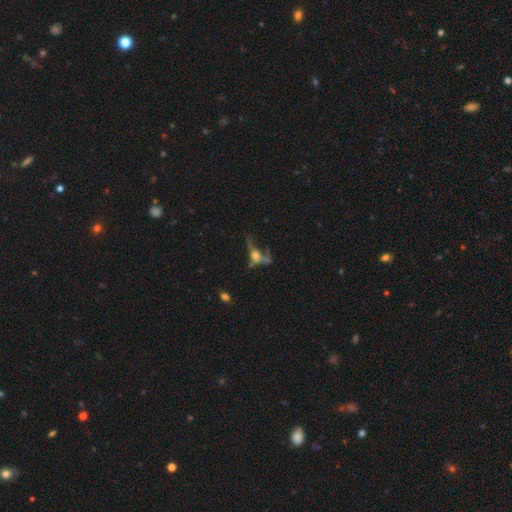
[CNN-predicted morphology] smooth_or_featured: featured or disk (p=0.52) [alt: smooth p=0.32]
disk_edge_on: yes (p=0.50) [tied with: no p=0.50]
merging: major disturbance (p=0.40) [alt: none p=0.29]